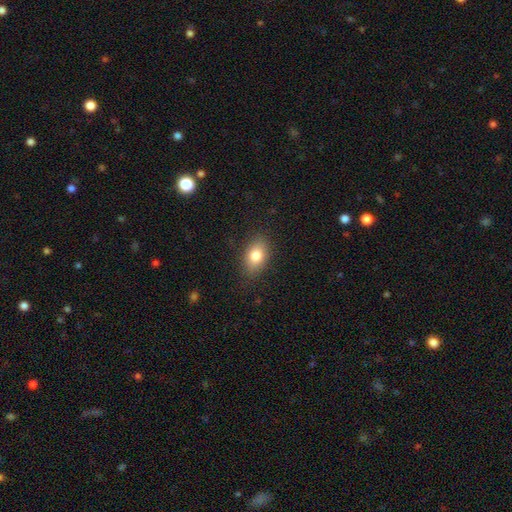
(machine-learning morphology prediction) Smooth or featured? smooth (79%)
How rounded? in between (83%)
Merging? none (85%)